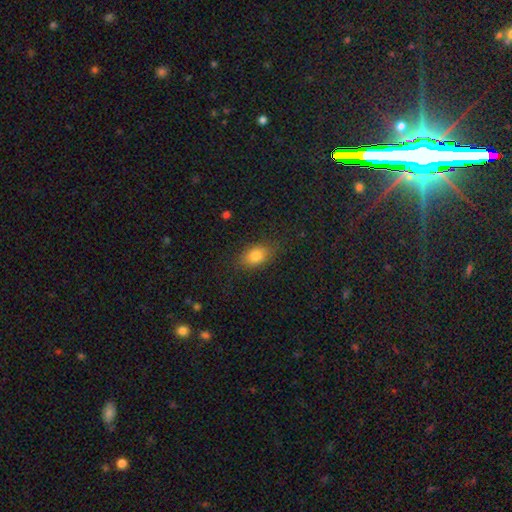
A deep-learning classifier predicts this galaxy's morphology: Smooth or featured? Predicted: smooth (p=0.81). How rounded? Predicted: in between (p=0.85). Merging? Predicted: none (p=0.81).